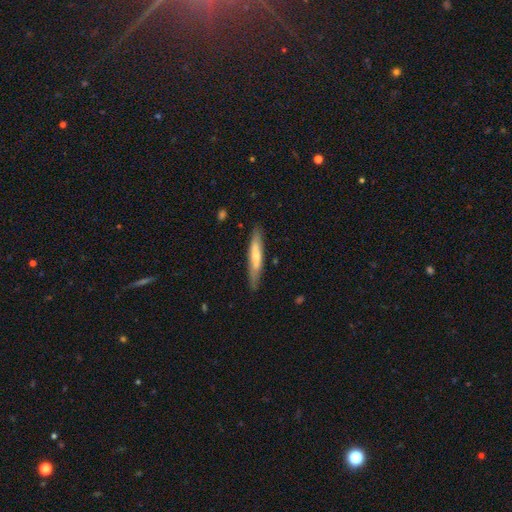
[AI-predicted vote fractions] Smooth or featured? smooth (57%)
How rounded? cigar-shaped (90%)
Merging? none (83%)